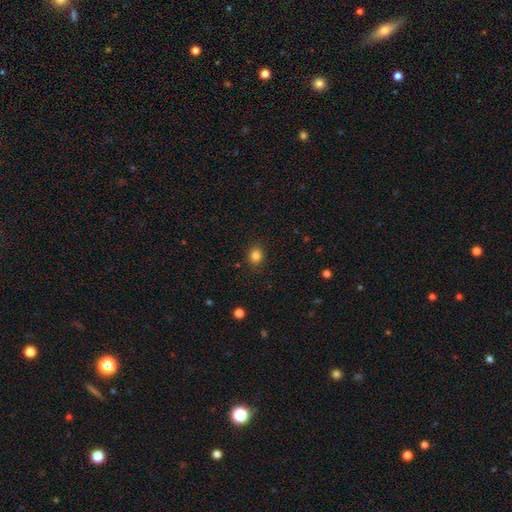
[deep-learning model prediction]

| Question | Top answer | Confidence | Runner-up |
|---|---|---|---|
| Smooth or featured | smooth | 83% | star or artifact (11%) |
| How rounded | round | 53% | in between (46%) |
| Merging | none | 88% | minor disturbance (9%) |